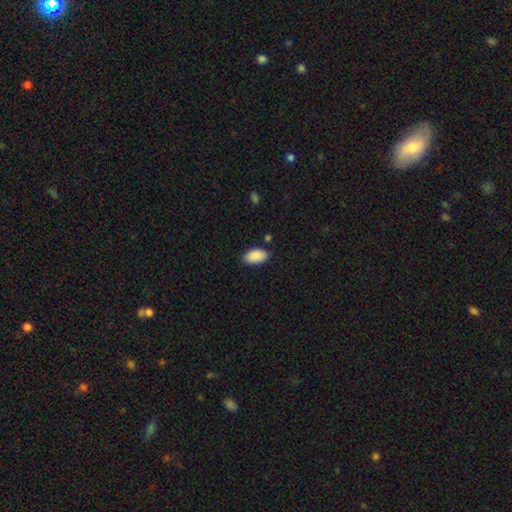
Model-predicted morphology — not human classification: smooth_or_featured: smooth (p=0.90) [alt: star or artifact p=0.06]
how_rounded: in between (p=0.95) [alt: round p=0.03]
merging: none (p=0.84) [alt: minor disturbance p=0.12]